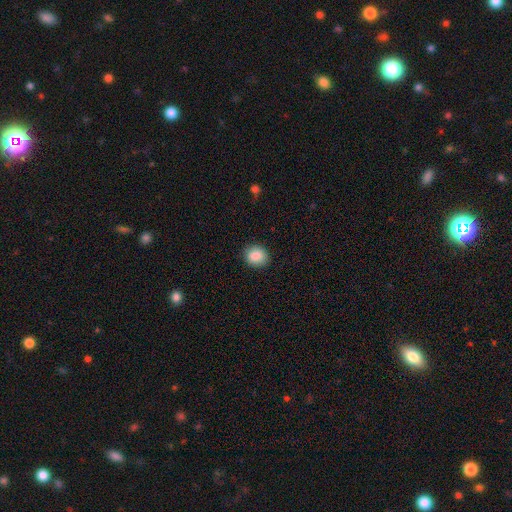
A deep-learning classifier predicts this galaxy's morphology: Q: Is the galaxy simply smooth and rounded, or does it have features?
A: smooth — 87%.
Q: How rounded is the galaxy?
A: round — 73%.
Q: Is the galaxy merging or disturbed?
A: none — 89%.